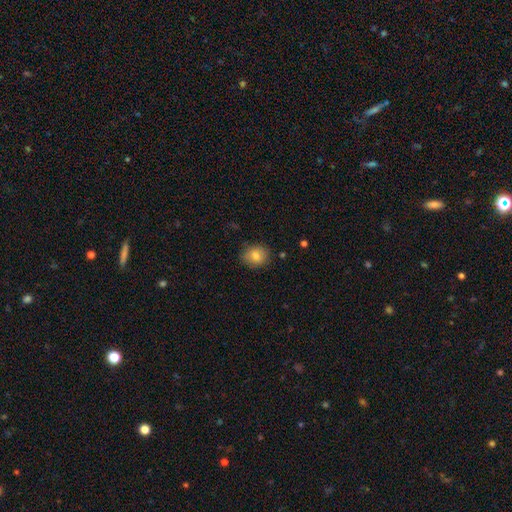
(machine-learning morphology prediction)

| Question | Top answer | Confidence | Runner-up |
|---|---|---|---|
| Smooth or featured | smooth | 78% | featured or disk (13%) |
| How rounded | round | 63% | in between (36%) |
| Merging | none | 82% | minor disturbance (14%) |